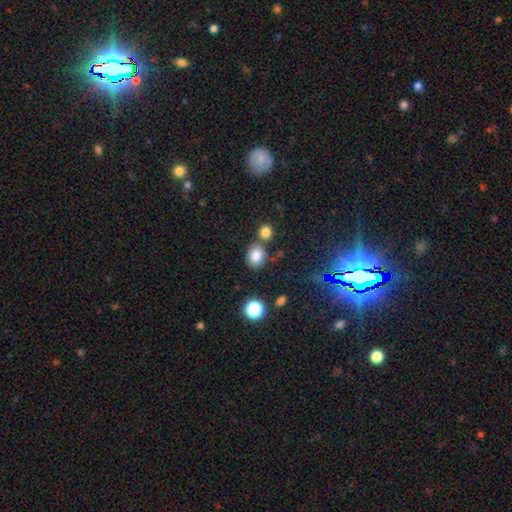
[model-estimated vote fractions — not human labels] Q: Smooth or featured?
A: smooth (80%); runner-up: star or artifact (12%)
Q: How rounded?
A: round (62%); runner-up: in between (37%)
Q: Merging?
A: none (66%); runner-up: merger (19%)